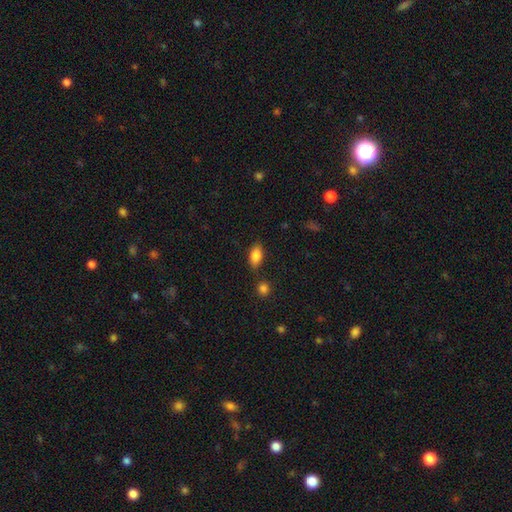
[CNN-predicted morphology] smooth_or_featured: smooth (p=0.85) [alt: star or artifact p=0.08]
how_rounded: in between (p=0.90) [alt: round p=0.05]
merging: none (p=0.78) [alt: minor disturbance p=0.13]